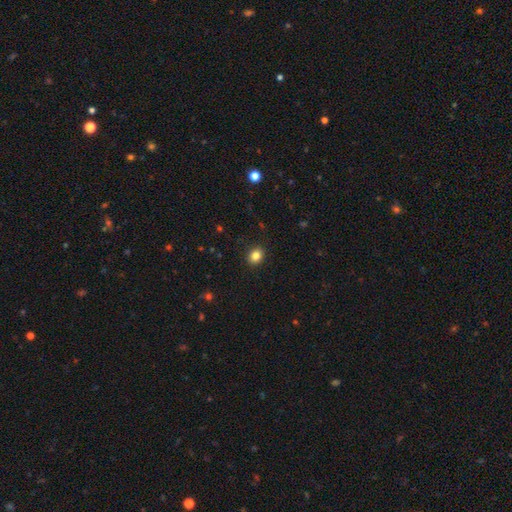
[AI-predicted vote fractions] Smooth or featured? smooth (83%)
How rounded? round (67%)
Merging? none (91%)